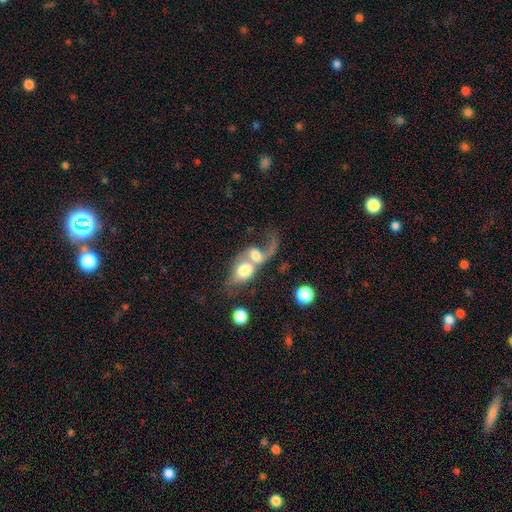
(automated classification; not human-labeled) smooth 50%, featured or disk 41%, star or artifact 9%. Down the decision tree: how rounded — in between (57%); merging — merger (80%).